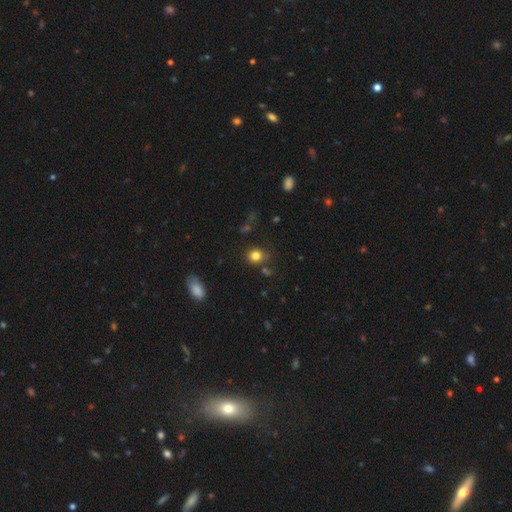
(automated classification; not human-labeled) This is clearly a smooth galaxy (81%). How rounded: likely round (76%). Merging: likely none (76%).